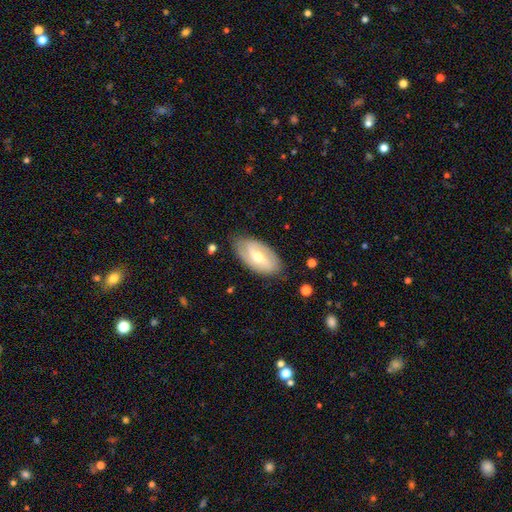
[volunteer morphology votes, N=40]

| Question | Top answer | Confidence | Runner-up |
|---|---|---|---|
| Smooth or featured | featured or disk | 60% | smooth (38%) |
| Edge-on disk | no | 88% | yes (12%) |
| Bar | weak | 52% | strong (38%) |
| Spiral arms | yes | 81% | no (19%) |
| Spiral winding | medium | 41% | tight (29%) |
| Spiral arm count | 2 | 82% | can't tell (18%) |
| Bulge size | moderate | 62% | small (38%) |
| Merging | none | 87% | minor disturbance (10%) |